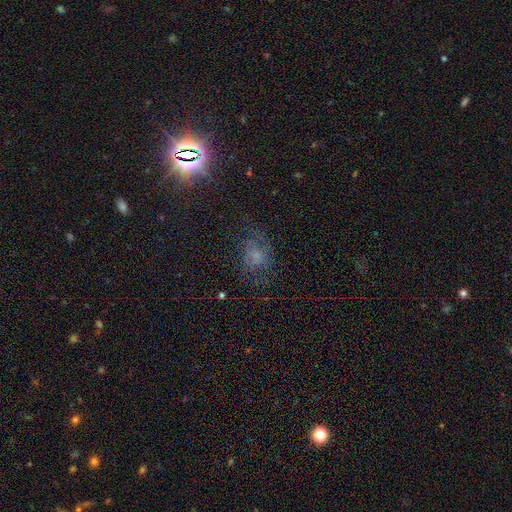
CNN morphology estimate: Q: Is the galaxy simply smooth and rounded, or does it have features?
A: smooth — 48%.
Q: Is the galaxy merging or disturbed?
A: none — 51%.